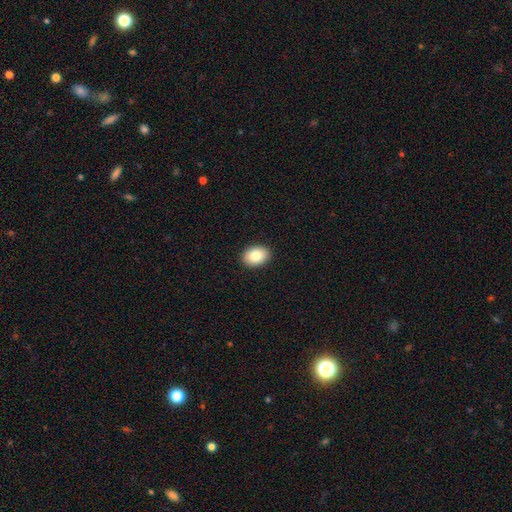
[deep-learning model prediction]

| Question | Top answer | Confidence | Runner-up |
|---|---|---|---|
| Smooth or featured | smooth | 84% | featured or disk (8%) |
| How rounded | in between | 76% | round (23%) |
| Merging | none | 90% | minor disturbance (7%) |